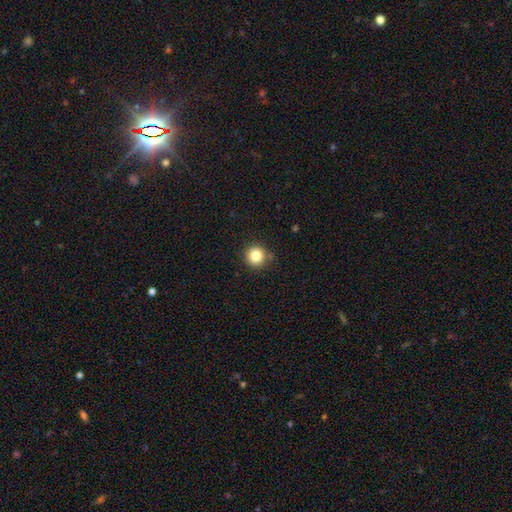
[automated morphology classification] The model was most divided on "smooth or featured": smooth: 83%, star or artifact: 11%, featured or disk: 6%. More confident: how rounded — round (95%); merging — none (87%).